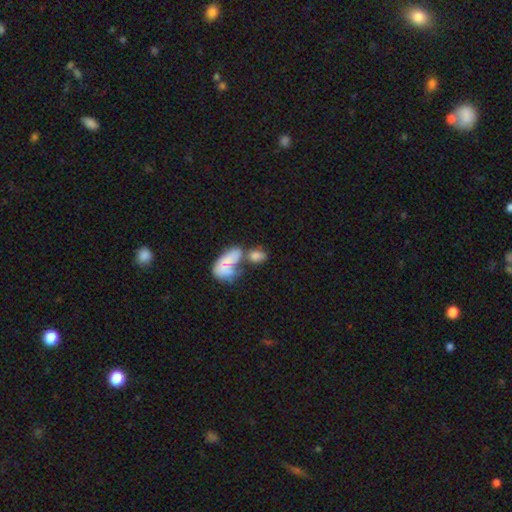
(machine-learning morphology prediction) Smooth or featured? Predicted: smooth (p=0.75). How rounded? Predicted: in between (p=0.84). Merging? Predicted: merger (p=0.56).